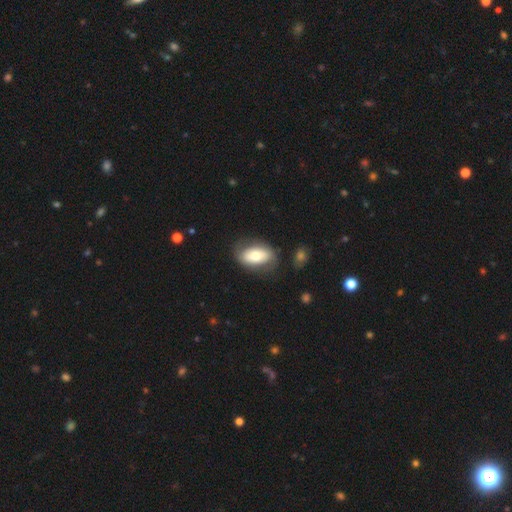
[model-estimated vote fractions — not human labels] A smooth galaxy with no disk features (65%) that is in between round and cigar-shaped (90%). Merging: none (74%).